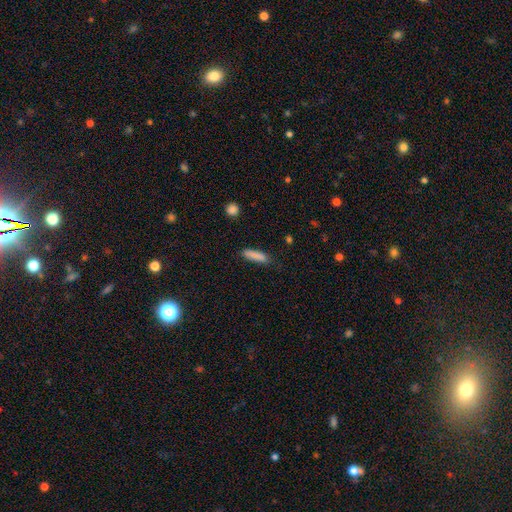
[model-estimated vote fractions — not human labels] Overall: smooth (86%). How rounded: cigar-shaped (74%). Merging: none (80%).